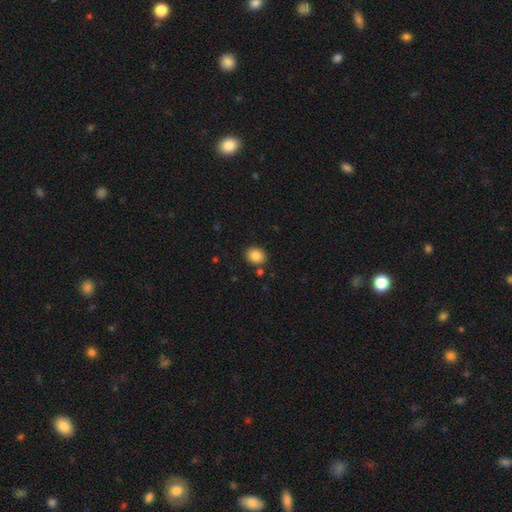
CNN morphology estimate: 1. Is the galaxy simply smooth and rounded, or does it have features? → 85% smooth, 9% star or artifact, 6% featured or disk.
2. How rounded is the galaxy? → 59% round, 41% in between, 1% cigar-shaped.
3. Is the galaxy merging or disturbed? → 85% none, 9% minor disturbance, 4% merger, 2% major disturbance.